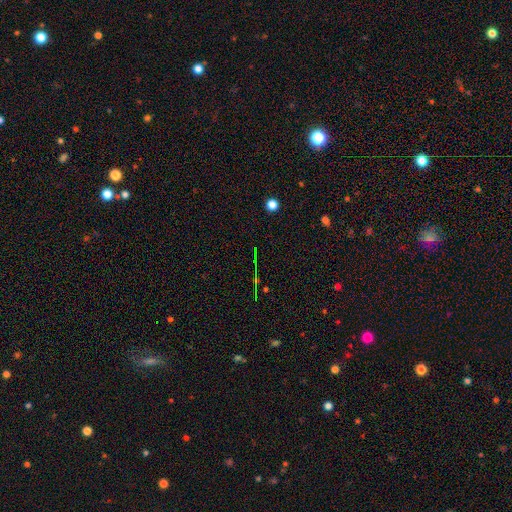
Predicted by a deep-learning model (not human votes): A star or artifact, not a galaxy (76%).

Vote fractions:
- Smooth or featured? star or artifact: 76% / smooth: 13% / featured or disk: 11%